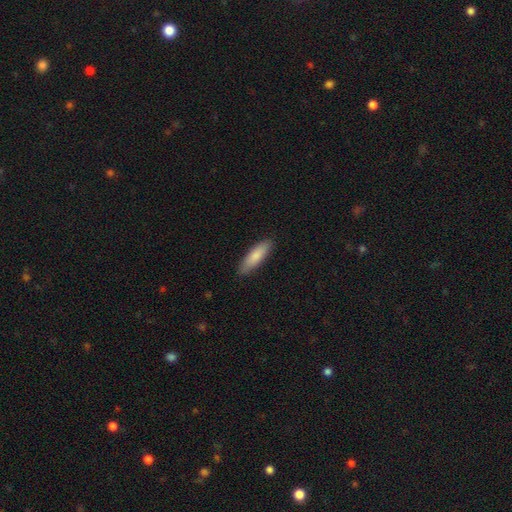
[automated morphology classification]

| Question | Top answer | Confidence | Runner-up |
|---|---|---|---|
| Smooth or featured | smooth | 84% | featured or disk (11%) |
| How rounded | cigar-shaped | 56% | in between (43%) |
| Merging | none | 88% | minor disturbance (9%) |